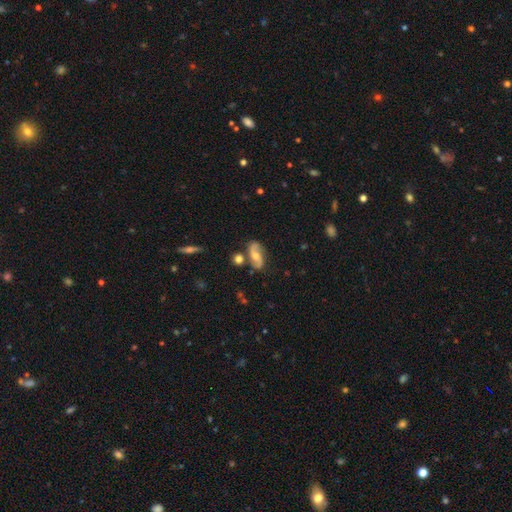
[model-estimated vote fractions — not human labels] A featured or disk galaxy (71%) with no bar (56%), 2 (90%) loose (51%) spiral arms (93%) and a moderate central bulge (56%). Merging: none (72%).